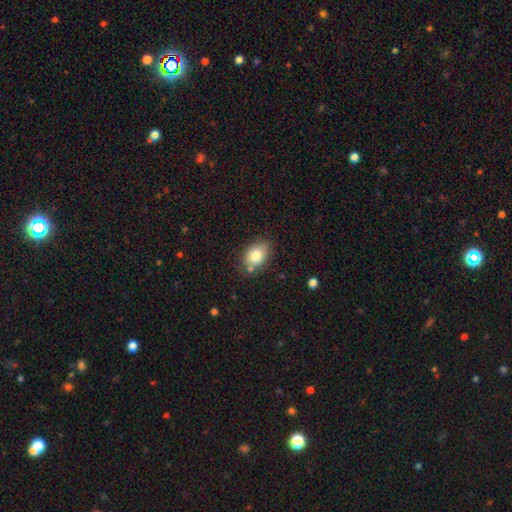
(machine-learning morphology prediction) Q: Smooth or featured?
A: smooth (80%); runner-up: featured or disk (12%)
Q: How rounded?
A: in between (81%); runner-up: round (18%)
Q: Merging?
A: none (74%); runner-up: minor disturbance (16%)